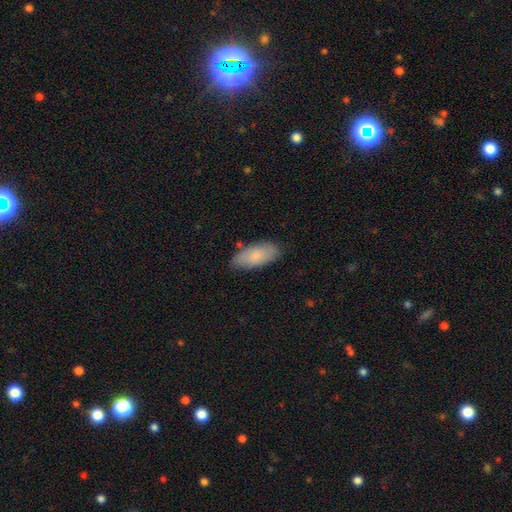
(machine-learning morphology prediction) smooth_or_featured: smooth (p=0.81) [alt: featured or disk p=0.13]
how_rounded: in between (p=0.87) [alt: cigar-shaped p=0.11]
merging: none (p=0.79) [alt: minor disturbance p=0.16]